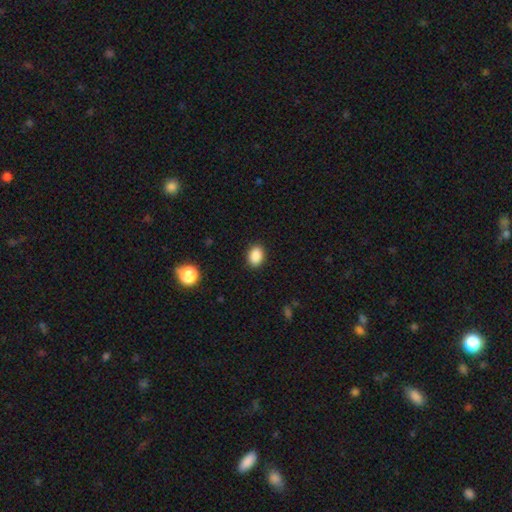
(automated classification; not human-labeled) Overall: smooth (88%). How rounded: in between (74%). Merging: none (89%).